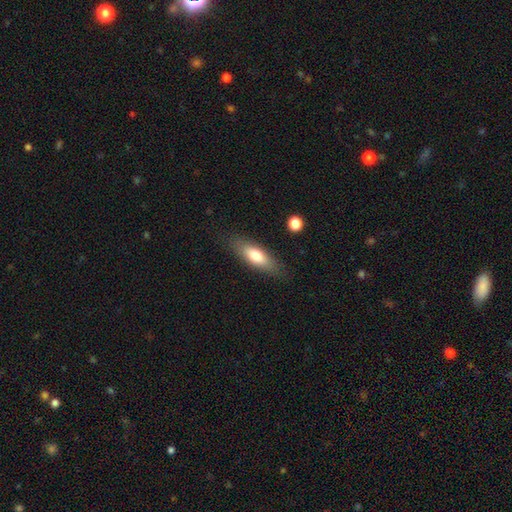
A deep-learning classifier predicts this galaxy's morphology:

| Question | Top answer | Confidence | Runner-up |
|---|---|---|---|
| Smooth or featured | smooth | 72% | featured or disk (22%) |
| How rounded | in between | 62% | cigar-shaped (36%) |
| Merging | none | 83% | minor disturbance (12%) |